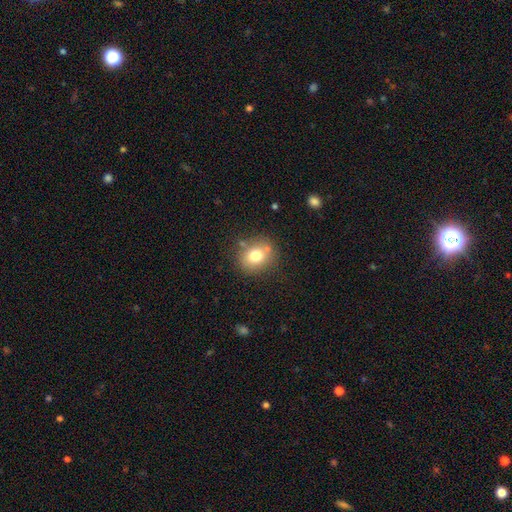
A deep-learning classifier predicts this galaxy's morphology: A smooth galaxy with no disk features (75%) that is round (71%). Merging: none (74%).